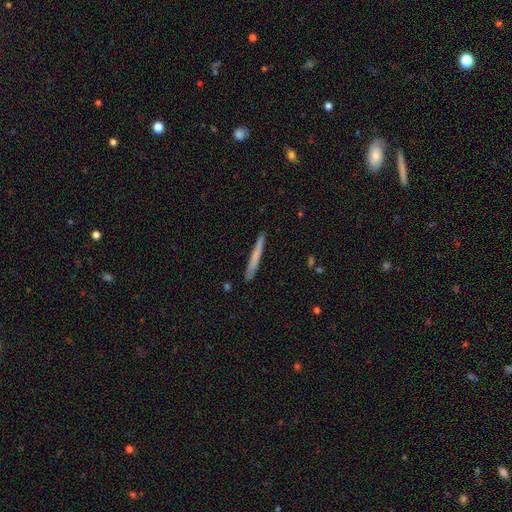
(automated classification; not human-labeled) Smooth or featured? smooth (65%)
How rounded? cigar-shaped (97%)
Merging? none (90%)